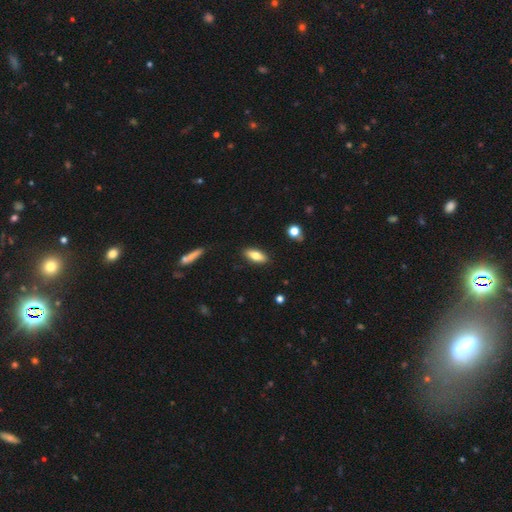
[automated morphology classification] Q: Smooth or featured?
A: smooth (73%); runner-up: featured or disk (20%)
Q: How rounded?
A: in between (73%); runner-up: cigar-shaped (24%)
Q: Merging?
A: none (88%); runner-up: minor disturbance (9%)